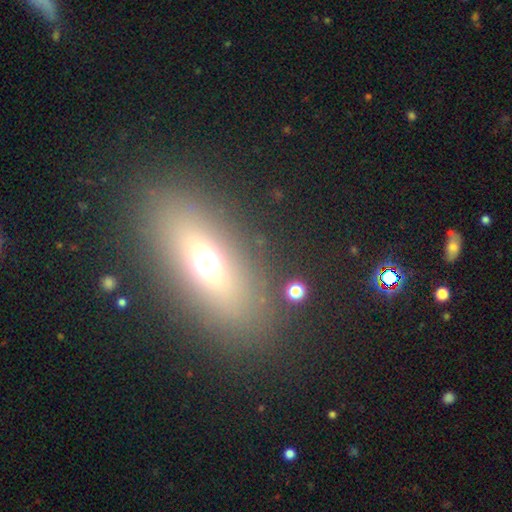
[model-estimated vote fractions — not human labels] Smooth or featured: smooth — 56% (featured or disk — 28%)
How rounded: in between — 64% (cigar-shaped — 30%)
Merging: none — 85% (minor disturbance — 9%)